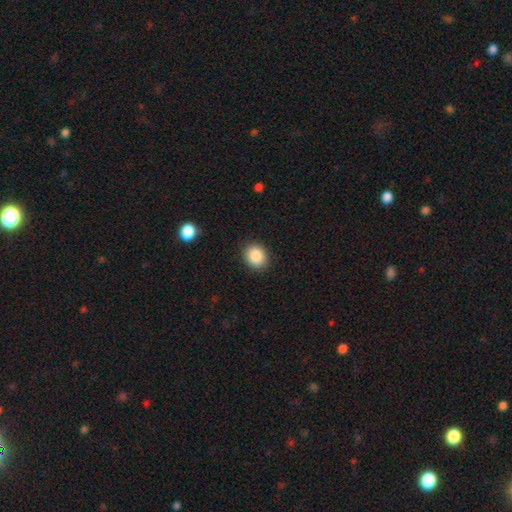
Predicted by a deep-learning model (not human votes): The model was most divided on "how rounded": round: 66%, in between: 33%, cigar-shaped: 1%. More confident: merging — none (89%); smooth or featured — smooth (88%).